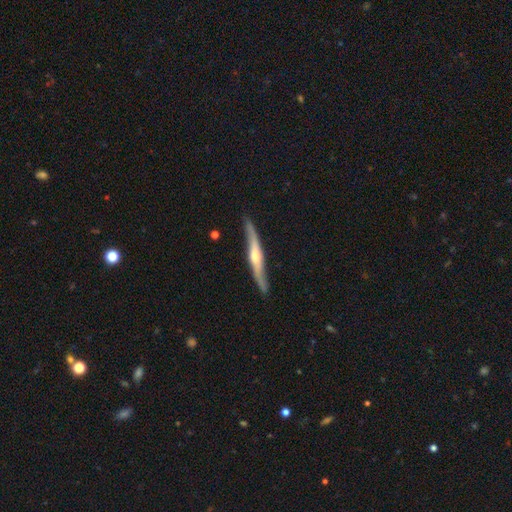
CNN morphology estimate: Smooth or featured? featured or disk (74%)
Edge-on disk? yes (91%)
Edge-on bulge? rounded (83%)
Merging? none (84%)